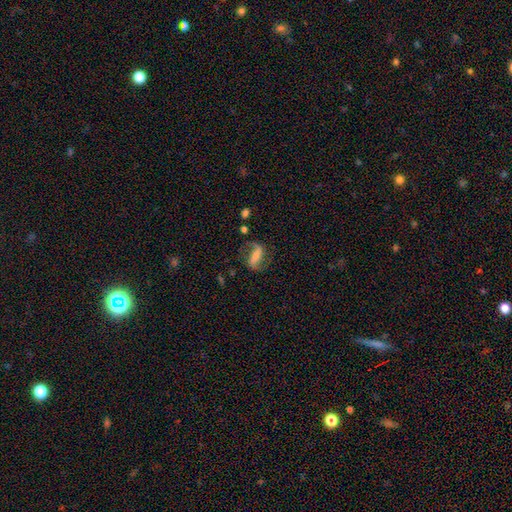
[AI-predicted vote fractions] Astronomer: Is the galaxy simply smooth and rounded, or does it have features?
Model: featured or disk — 78%.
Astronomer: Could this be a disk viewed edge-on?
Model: no — 93%.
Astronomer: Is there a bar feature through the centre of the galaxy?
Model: strong — 57%.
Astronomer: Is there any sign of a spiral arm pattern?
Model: yes — 91%.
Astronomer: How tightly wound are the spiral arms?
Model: loose — 57% (runner-up: medium, 33%).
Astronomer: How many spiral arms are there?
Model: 2 — 89%.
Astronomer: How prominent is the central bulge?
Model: small — 49% (runner-up: moderate, 38%).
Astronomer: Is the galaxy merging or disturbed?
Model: none — 72%.